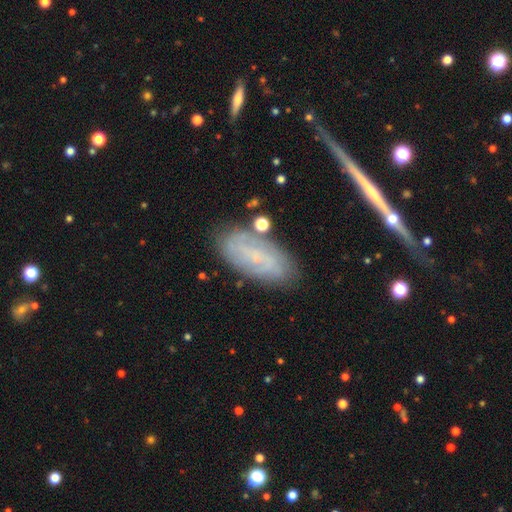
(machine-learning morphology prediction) featured or disk 51%, smooth 38%, star or artifact 10%. Down the decision tree: edge-on disk — no (84%); merging — none (76%).